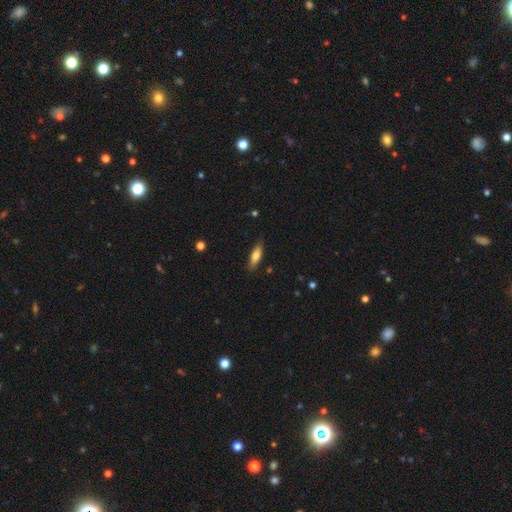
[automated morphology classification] Smooth or featured?
  - smooth: 70% *
  - featured or disk: 24%
  - star or artifact: 6%
How rounded?
  - cigar-shaped: 53% *
  - in between: 45%
  - round: 2%
Merging?
  - none: 84% *
  - minor disturbance: 13%
  - major disturbance: 2%
  - merger: 1%